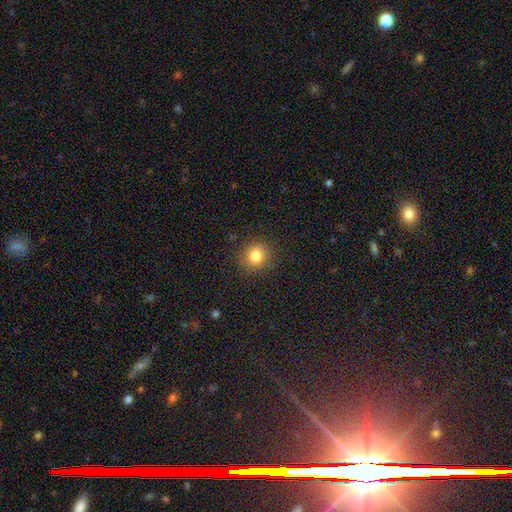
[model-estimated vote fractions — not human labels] Smooth or featured? smooth (82%)
How rounded? round (89%)
Merging? none (89%)